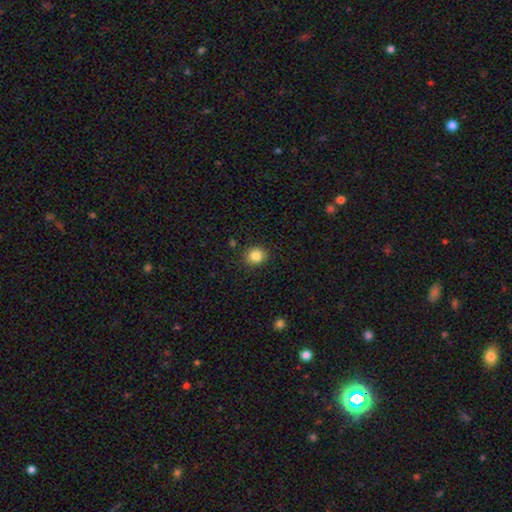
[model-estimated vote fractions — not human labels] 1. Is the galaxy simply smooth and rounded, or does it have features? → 84% smooth, 10% star or artifact, 5% featured or disk.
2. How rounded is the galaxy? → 77% round, 22% in between, 1% cigar-shaped.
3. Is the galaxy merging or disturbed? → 89% none, 8% minor disturbance, 2% major disturbance, 2% merger.